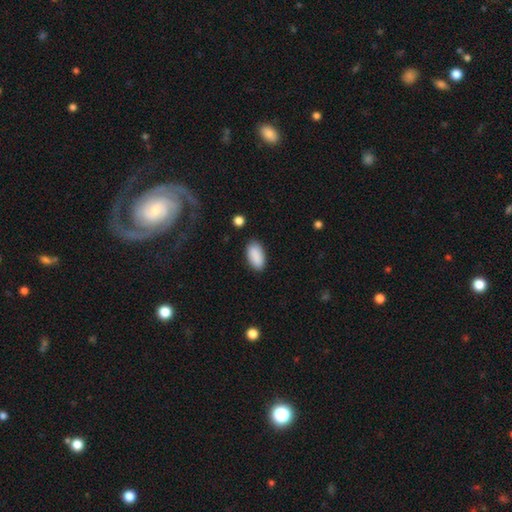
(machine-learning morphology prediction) Smooth or featured? smooth (90%)
How rounded? in between (93%)
Merging? none (86%)